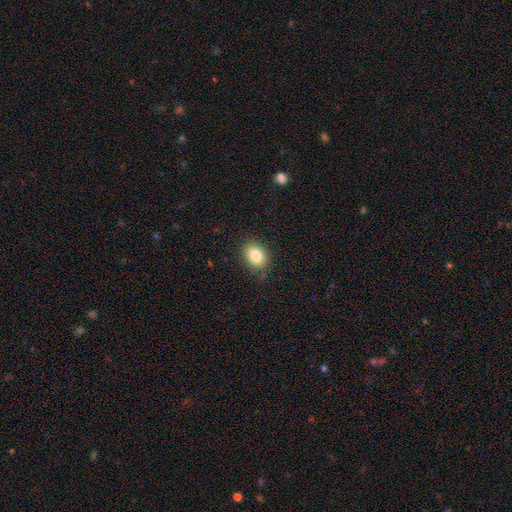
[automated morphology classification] Smooth or featured? smooth (84%)
How rounded? in between (68%)
Merging? none (83%)